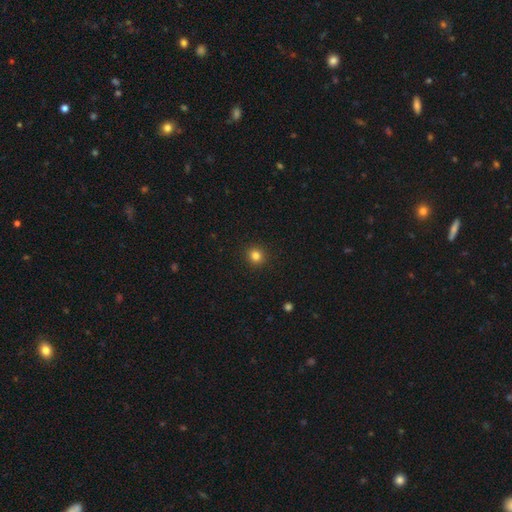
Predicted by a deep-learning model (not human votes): Smooth or featured? smooth (83%)
How rounded? round (91%)
Merging? none (92%)